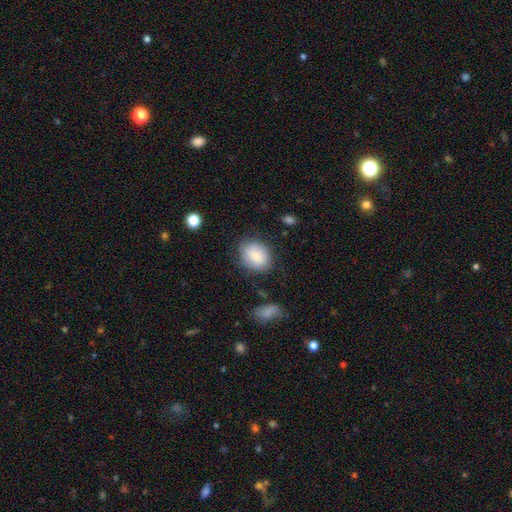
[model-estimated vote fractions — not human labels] smooth_or_featured: smooth (p=0.82) [alt: featured or disk p=0.11]
how_rounded: in between (p=0.56) [alt: round p=0.43]
merging: none (p=0.72) [alt: minor disturbance p=0.20]